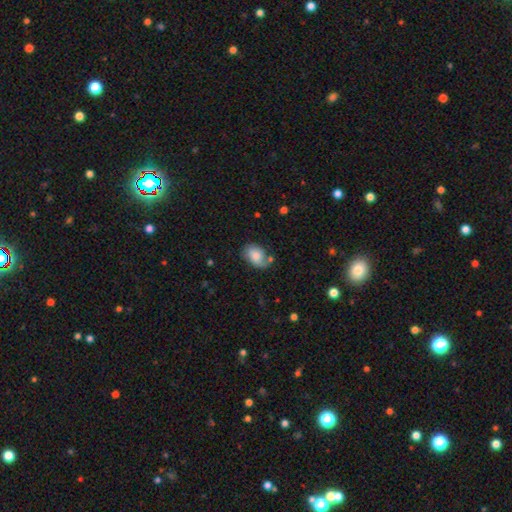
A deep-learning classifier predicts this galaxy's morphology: Overall: smooth (64%; featured or disk 28%). How rounded: in between (82%). Merging: none (54%; minor disturbance 29%).